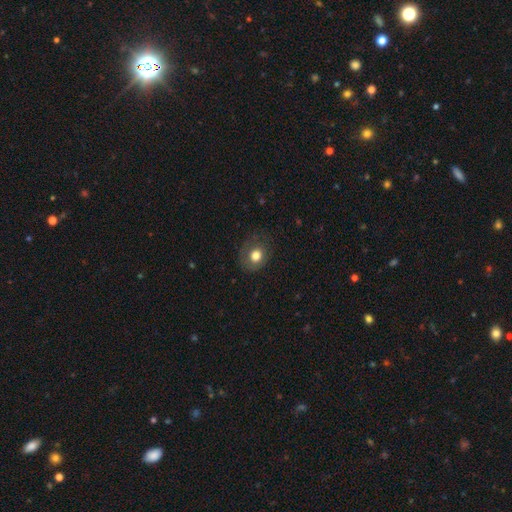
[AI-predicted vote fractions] Morphology: type=smooth (75%); roundness=round (66%); merging=none (71%).